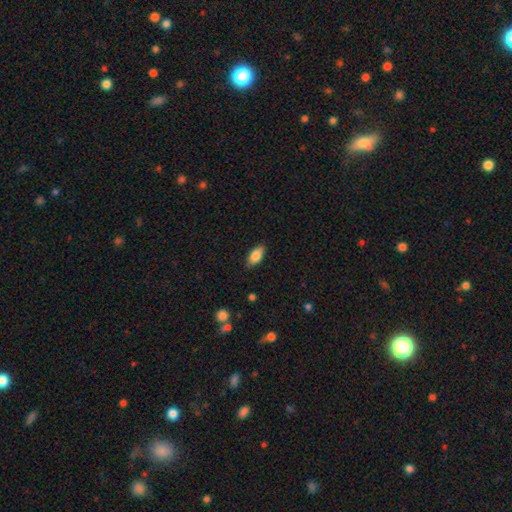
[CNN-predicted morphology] This is clearly a smooth galaxy (84%). How rounded: clearly in between (90%). Merging: clearly none (83%).